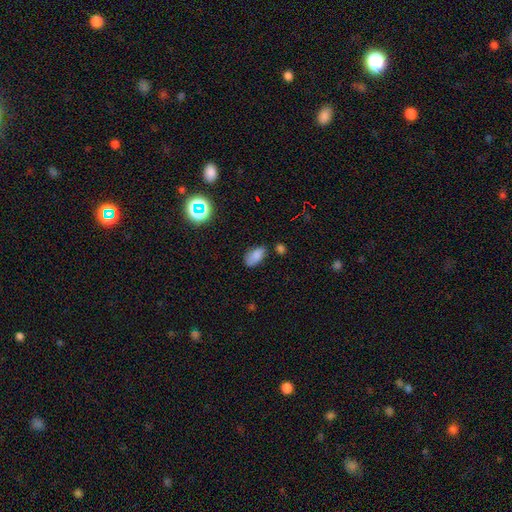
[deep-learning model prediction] Smooth or featured? smooth (81%)
How rounded? in between (93%)
Merging? none (68%)